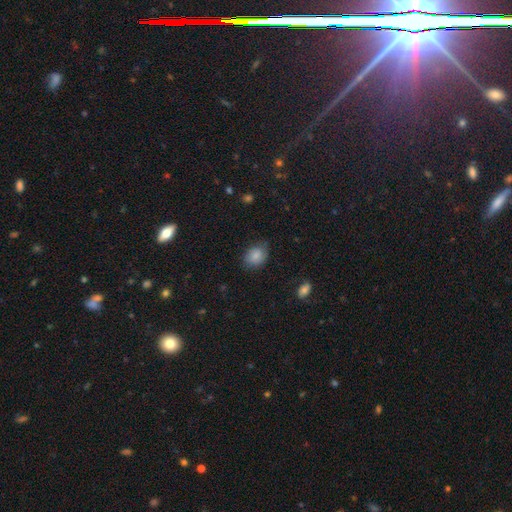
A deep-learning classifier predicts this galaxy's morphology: Smooth or featured?
  - smooth: 80% *
  - featured or disk: 12%
  - star or artifact: 8%
How rounded?
  - in between: 60% *
  - round: 38%
  - cigar-shaped: 1%
Merging?
  - none: 69% *
  - minor disturbance: 24%
  - major disturbance: 6%
  - merger: 1%